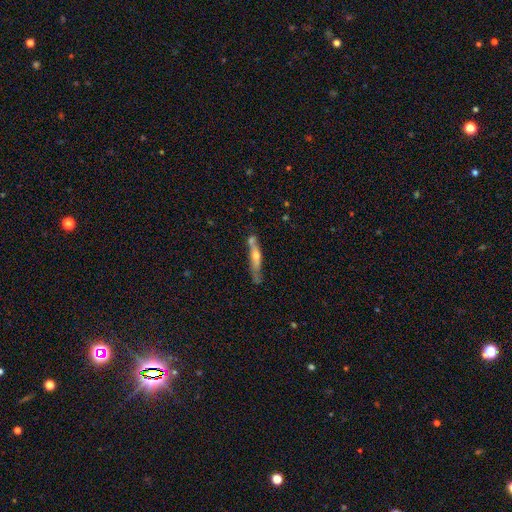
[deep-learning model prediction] A featured or disk galaxy (54%) viewed edge-on (85%).

Vote fractions:
- Smooth or featured? featured or disk: 54% / smooth: 40% / star or artifact: 6%
- Edge-on disk? yes: 85% / no: 15%
- Merging? none: 55% / minor disturbance: 22% / merger: 16% / major disturbance: 7%